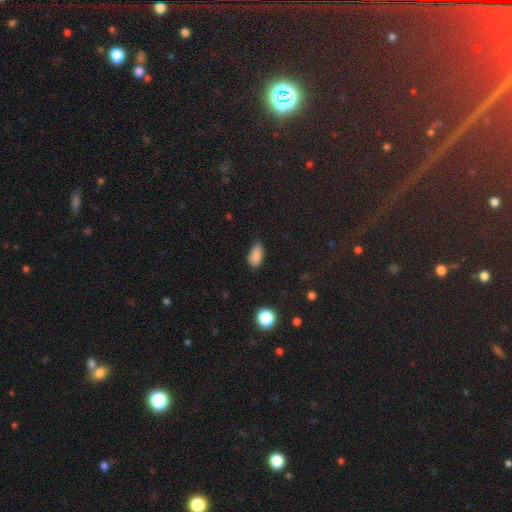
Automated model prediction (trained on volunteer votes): Smooth or featured? Predicted: smooth (p=0.86). How rounded? Predicted: in between (p=0.91). Merging? Predicted: none (p=0.70).